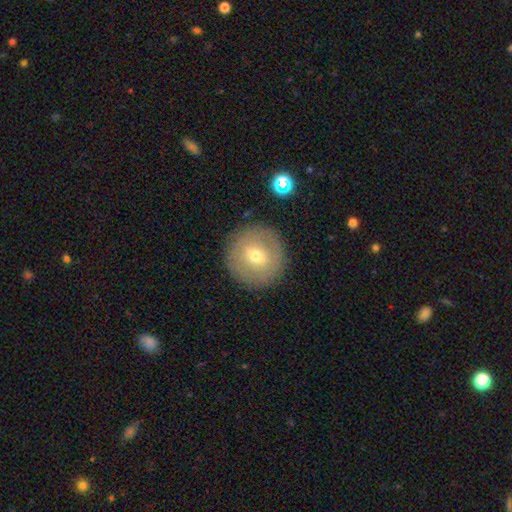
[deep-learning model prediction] Q: Smooth or featured?
A: smooth (54%); runner-up: featured or disk (37%)
Q: How rounded?
A: round (94%); runner-up: in between (5%)
Q: Merging?
A: none (87%); runner-up: minor disturbance (8%)